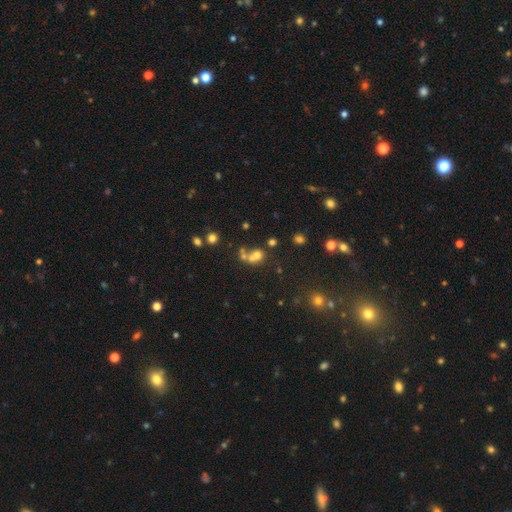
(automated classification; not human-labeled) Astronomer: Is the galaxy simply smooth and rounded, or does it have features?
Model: smooth — 56%.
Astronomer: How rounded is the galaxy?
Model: round — 74%.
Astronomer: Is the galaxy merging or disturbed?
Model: merger — 50% (runner-up: none, 36%).